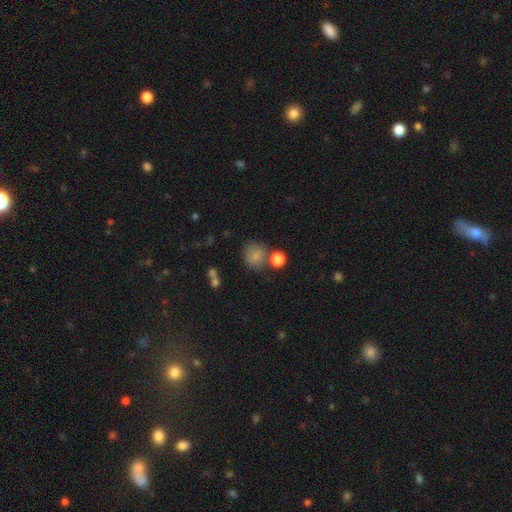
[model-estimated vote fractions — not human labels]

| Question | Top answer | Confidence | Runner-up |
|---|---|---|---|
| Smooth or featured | smooth | 79% | star or artifact (12%) |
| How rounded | round | 78% | in between (21%) |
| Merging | none | 67% | merger (14%) |